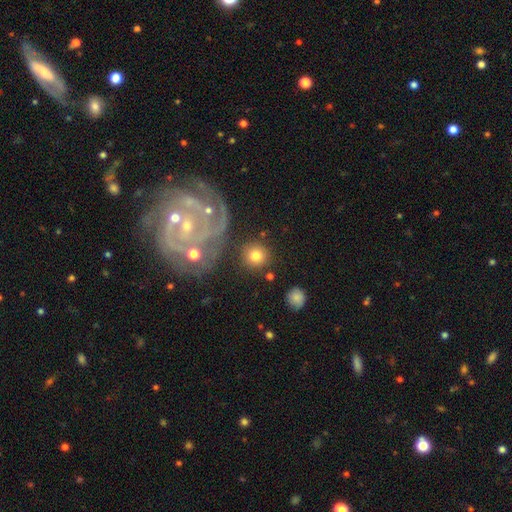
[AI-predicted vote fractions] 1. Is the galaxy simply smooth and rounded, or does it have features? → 77% smooth, 13% featured or disk, 10% star or artifact.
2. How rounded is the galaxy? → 91% round, 8% in between, 1% cigar-shaped.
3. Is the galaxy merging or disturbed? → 79% none, 9% minor disturbance, 7% merger, 5% major disturbance.